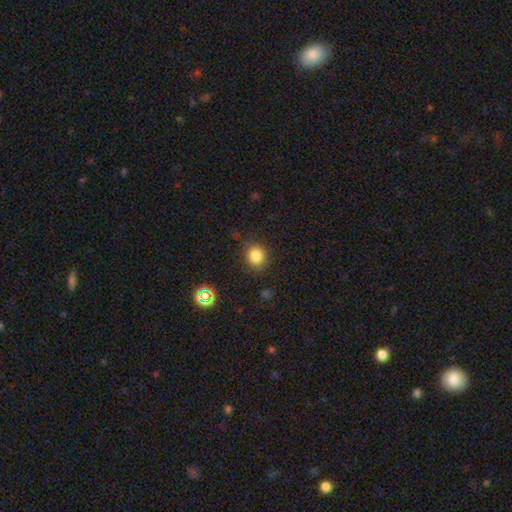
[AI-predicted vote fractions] The model was most divided on "how rounded": round: 77%, in between: 22%, cigar-shaped: 1%. More confident: smooth or featured — smooth (81%); merging — none (80%).